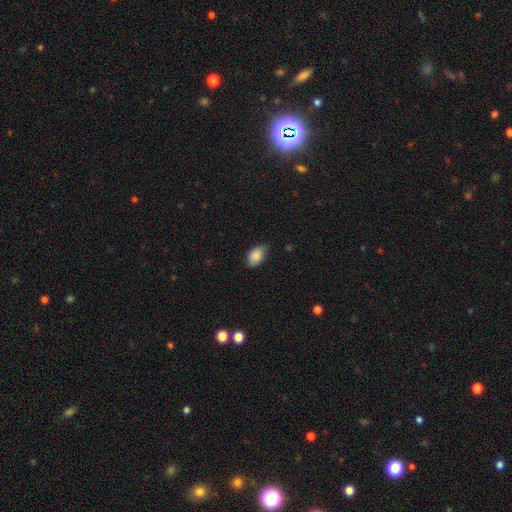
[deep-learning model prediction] smooth-or-featured: smooth: 87% | star or artifact: 7% | featured or disk: 6%
  how-rounded: in between: 91% | round: 7% | cigar-shaped: 2%
  merging: none: 67% | minor disturbance: 28% | major disturbance: 4% | merger: 1%